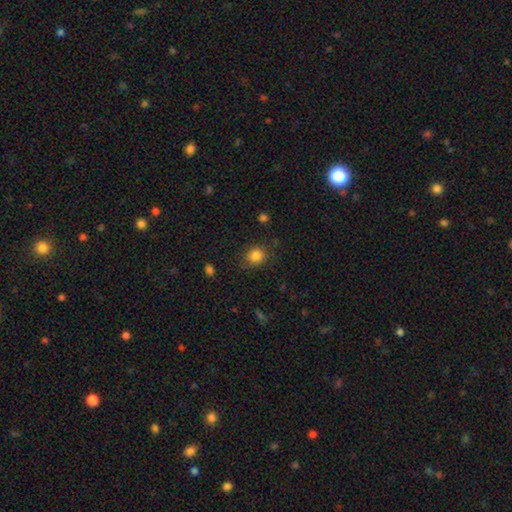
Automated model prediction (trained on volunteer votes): Q: Smooth or featured?
A: smooth (85%); runner-up: star or artifact (11%)
Q: How rounded?
A: round (74%); runner-up: in between (25%)
Q: Merging?
A: none (82%); runner-up: minor disturbance (12%)